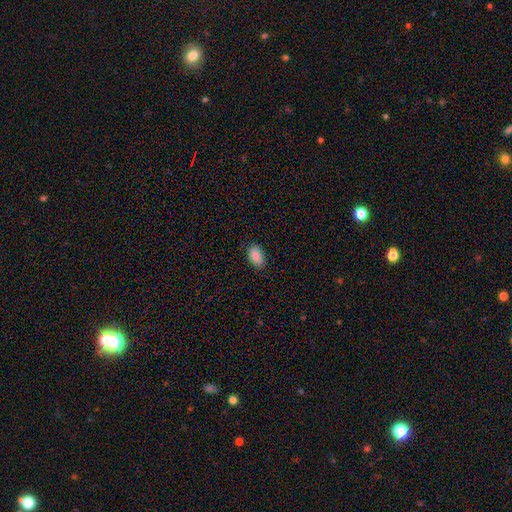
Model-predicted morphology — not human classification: The model was most divided on "merging": none: 85%, minor disturbance: 11%, major disturbance: 2%, merger: 1%. More confident: how rounded — in between (93%); smooth or featured — smooth (90%).